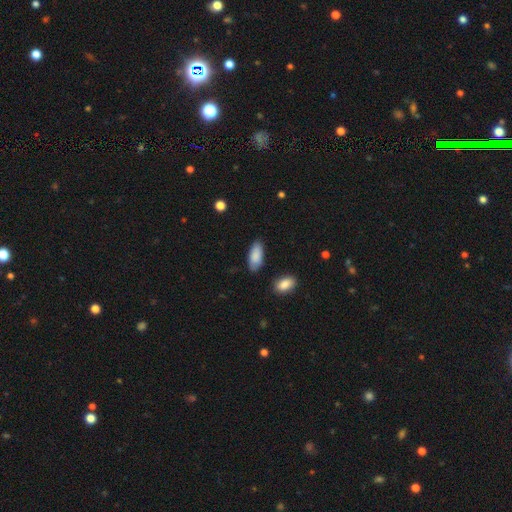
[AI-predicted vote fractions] Smooth or featured? smooth (87%)
How rounded? in between (86%)
Merging? none (82%)